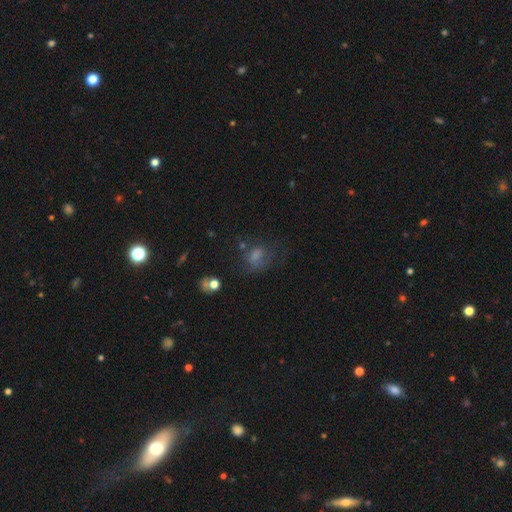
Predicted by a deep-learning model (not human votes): Smooth or featured? Predicted: smooth (p=0.50). How rounded? Predicted: round (p=0.52). Merging? Predicted: none (p=0.55).